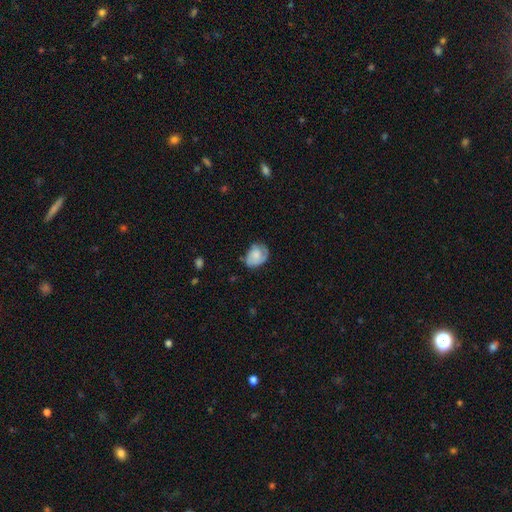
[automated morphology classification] A smooth galaxy with no disk features (54%) that is in between round and cigar-shaped (64%). Merging: none (53%).